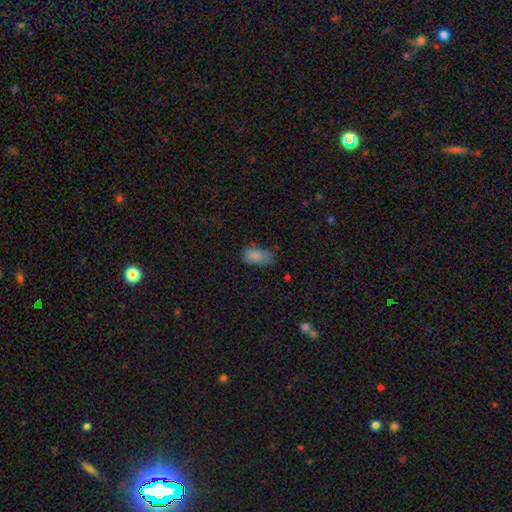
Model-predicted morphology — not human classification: smooth-or-featured: smooth: 84% | star or artifact: 8% | featured or disk: 8%
  how-rounded: in between: 93% | round: 4% | cigar-shaped: 3%
  merging: none: 58% | minor disturbance: 31% | major disturbance: 8% | merger: 3%